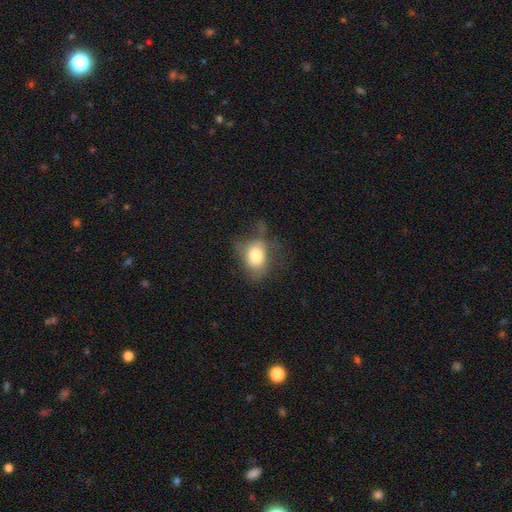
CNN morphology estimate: smooth-or-featured: smooth: 75% | featured or disk: 16% | star or artifact: 9%
  how-rounded: in between: 67% | round: 32% | cigar-shaped: 1%
  merging: none: 41% | minor disturbance: 30% | major disturbance: 24% | merger: 5%